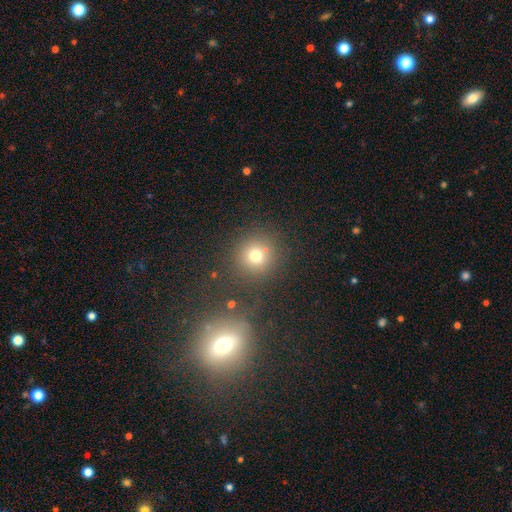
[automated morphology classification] A smooth galaxy with no disk features (71%) that is round (92%). Merging: none (77%).